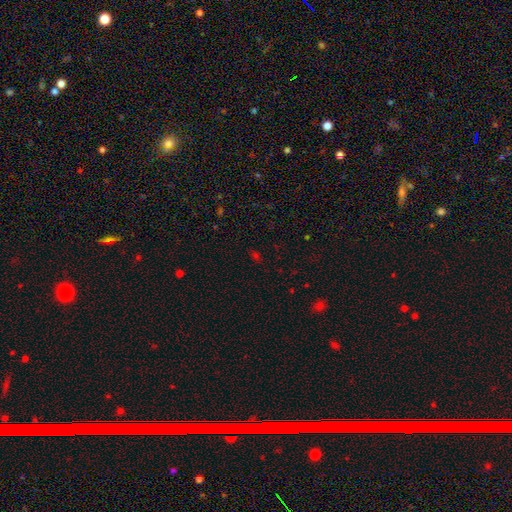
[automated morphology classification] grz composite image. It shows a star or artifact, not a galaxy (52%).